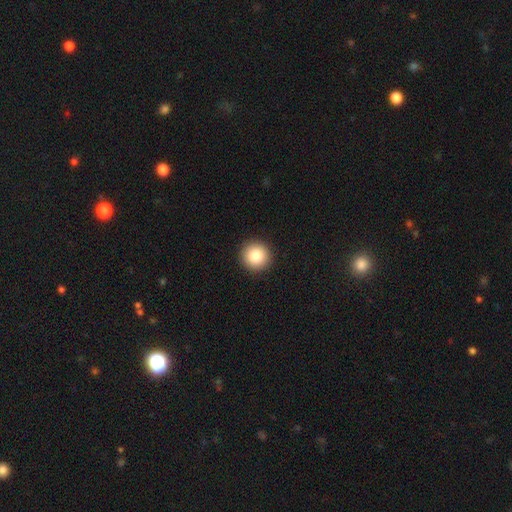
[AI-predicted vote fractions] Smooth or featured? smooth (84%)
How rounded? round (95%)
Merging? none (93%)